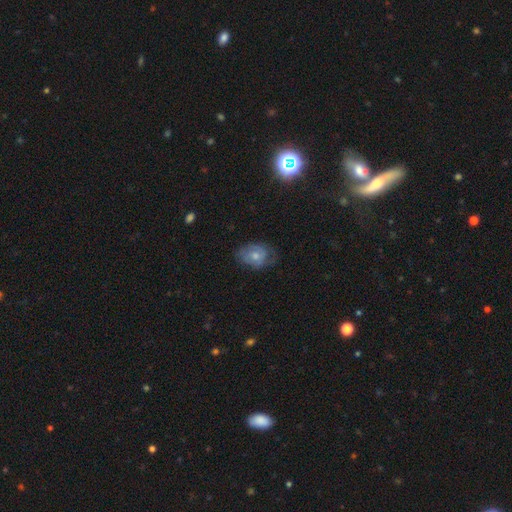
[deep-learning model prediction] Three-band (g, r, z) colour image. It shows a smooth galaxy with no disk features (55%) that is in between round and cigar-shaped (69%). Merging: none (57%).